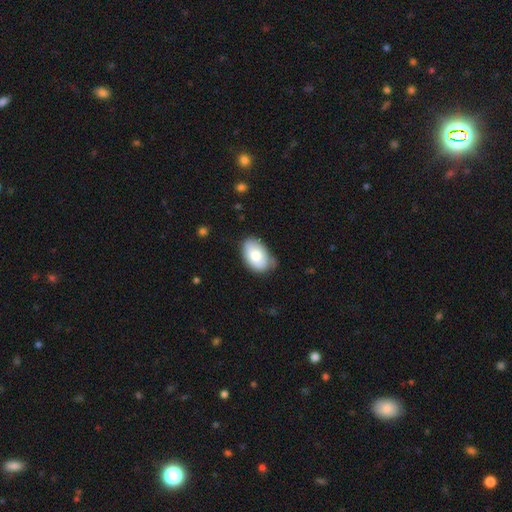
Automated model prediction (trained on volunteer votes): This is likely a smooth galaxy (76%). How rounded: clearly in between (91%). Merging: likely none (69%).